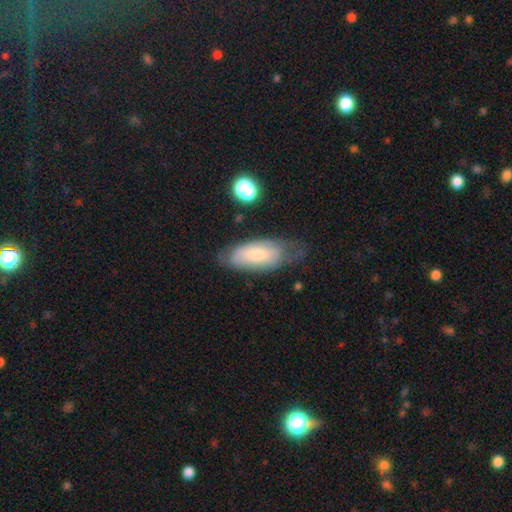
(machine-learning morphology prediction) Smooth or featured: smooth — 58% (featured or disk — 34%)
How rounded: in between — 86% (cigar-shaped — 12%)
Merging: none — 53% (minor disturbance — 32%)